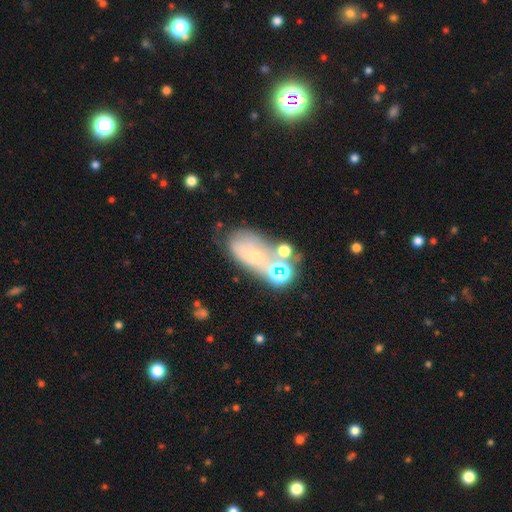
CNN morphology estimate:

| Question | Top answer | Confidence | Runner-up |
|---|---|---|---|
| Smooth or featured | featured or disk | 46% | smooth (36%) |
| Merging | none | 32% | merger (29%) |